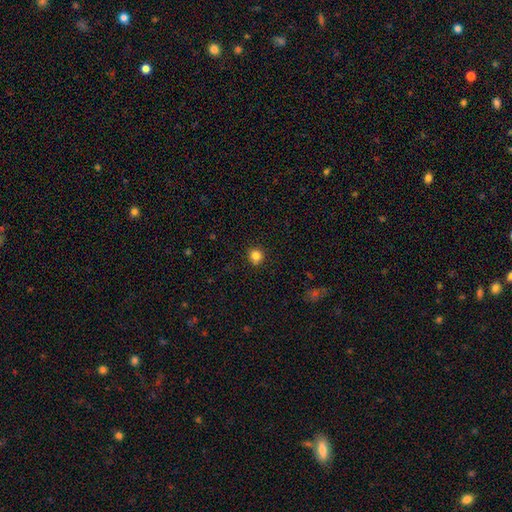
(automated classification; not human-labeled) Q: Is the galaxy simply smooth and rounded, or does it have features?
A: smooth — 84%.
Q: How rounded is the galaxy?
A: round — 90%.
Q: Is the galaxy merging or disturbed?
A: none — 90%.